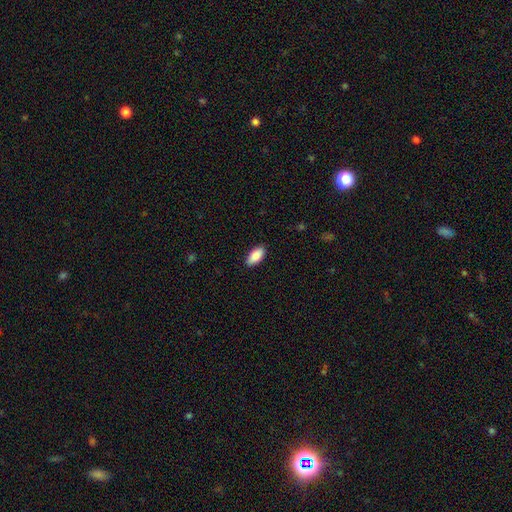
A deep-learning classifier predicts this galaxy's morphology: smooth_or_featured: smooth (p=0.88) [alt: star or artifact p=0.06]
how_rounded: in between (p=0.92) [alt: cigar-shaped p=0.06]
merging: none (p=0.89) [alt: minor disturbance p=0.08]